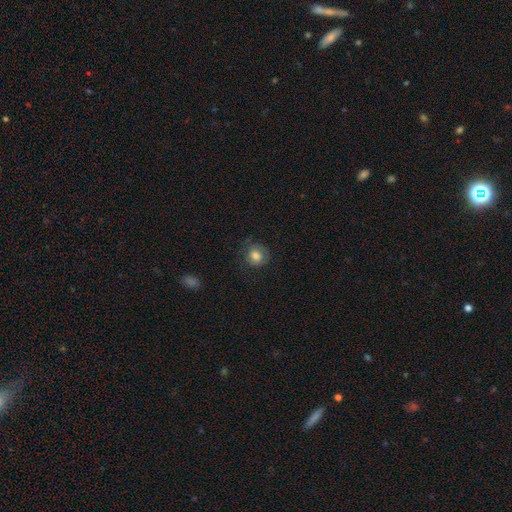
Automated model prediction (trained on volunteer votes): The model was most divided on "merging": none: 73%, minor disturbance: 19%, major disturbance: 7%, merger: 1%. More confident: how rounded — round (84%); smooth or featured — smooth (77%).